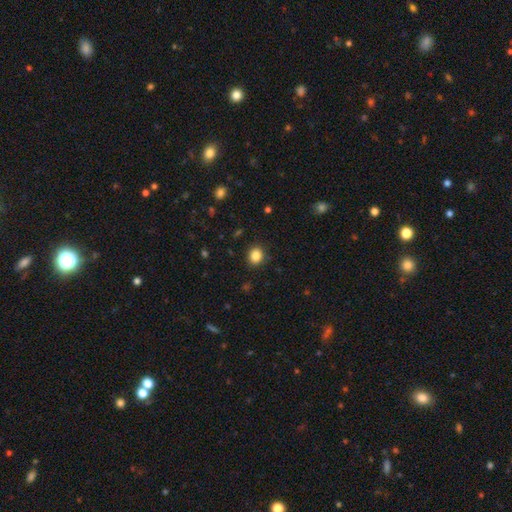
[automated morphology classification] The model was most divided on "how rounded": round: 75%, in between: 24%, cigar-shaped: 1%. More confident: merging — none (89%); smooth or featured — smooth (85%).